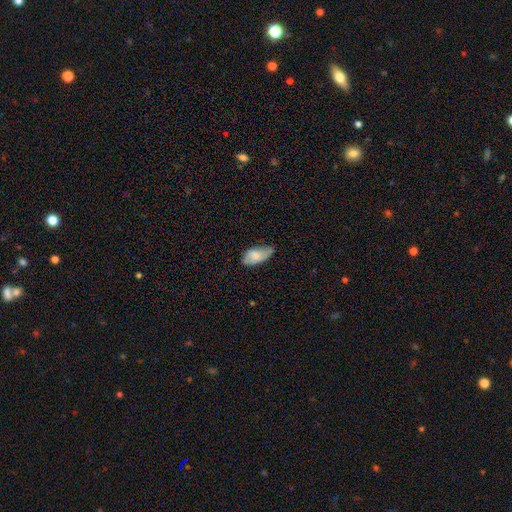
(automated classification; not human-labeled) A smooth galaxy with no disk features (71%) that is in between round and cigar-shaped (92%).

Vote fractions:
- Smooth or featured? smooth: 71% / featured or disk: 22% / star or artifact: 7%
- How rounded? in between: 92% / cigar-shaped: 4% / round: 3%
- Merging? minor disturbance: 43% / none: 41% / major disturbance: 14% / merger: 2%